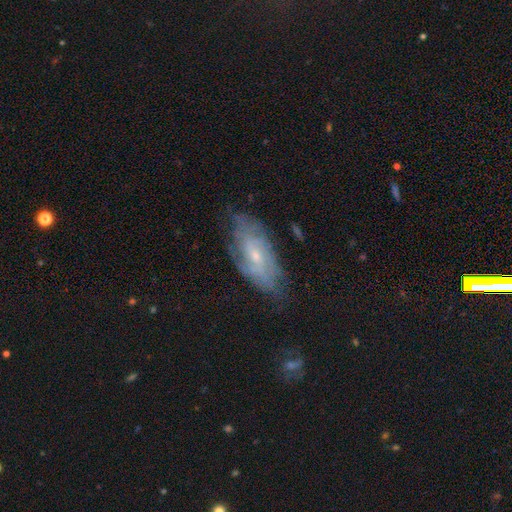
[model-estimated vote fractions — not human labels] Smooth or featured? Predicted: featured or disk (p=0.70). Edge-on disk? Predicted: no (p=0.90). Bar? Predicted: no (p=0.53). Spiral arms? Predicted: yes (p=0.84). Spiral winding? Predicted: tight (p=0.49). Spiral arm count? Predicted: can't tell (p=0.49). Bulge size? Predicted: small (p=0.64). Merging? Predicted: none (p=0.67).